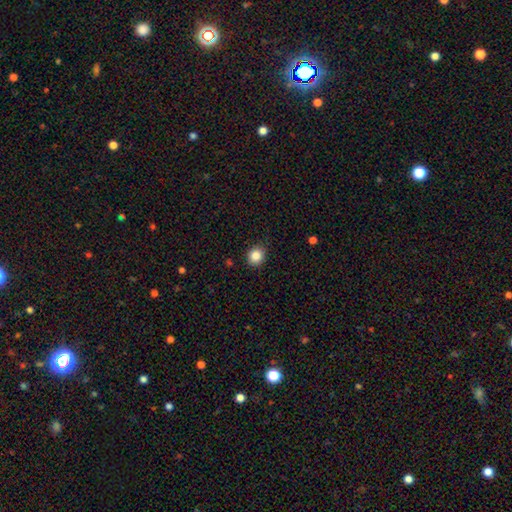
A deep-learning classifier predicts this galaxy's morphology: Smooth or featured? smooth (86%)
How rounded? round (80%)
Merging? none (87%)